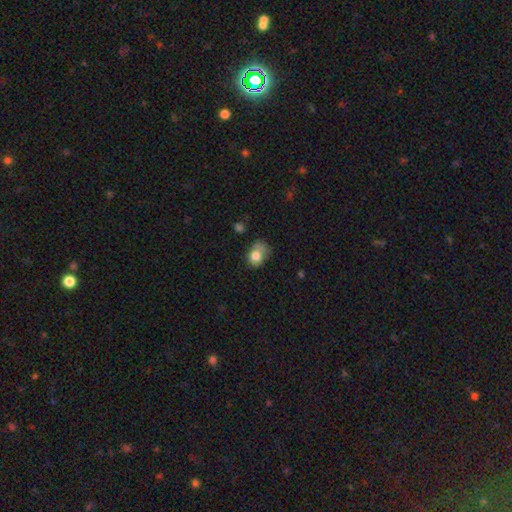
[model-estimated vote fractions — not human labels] Morphology: type=smooth (77%); roundness=in between (59%); merging=minor disturbance (35%).